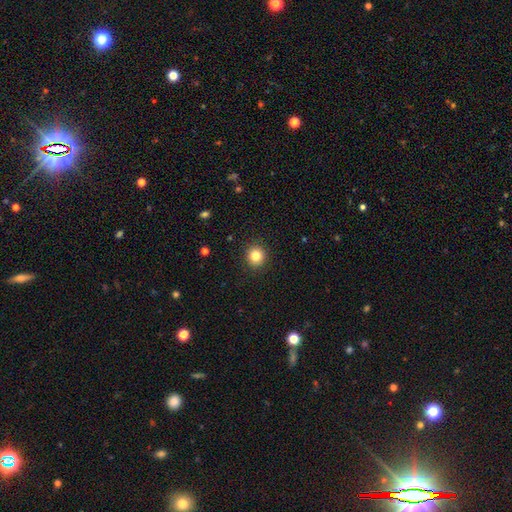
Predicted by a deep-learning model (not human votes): This appears to be a smooth galaxy with no disk features (83%) that is round (89%). Merging: none (91%).